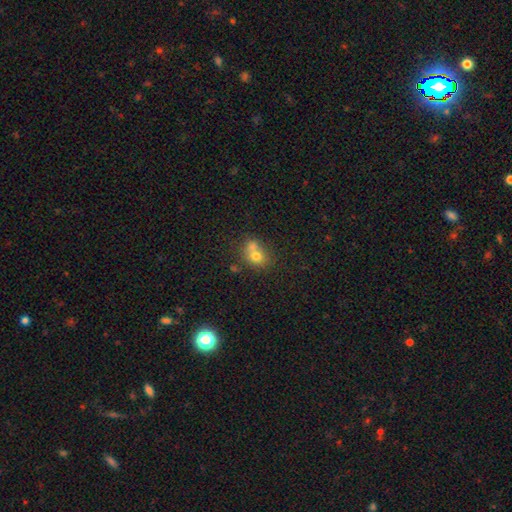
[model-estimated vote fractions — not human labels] This is likely a smooth galaxy (71%). How rounded: likely round (64%). Merging: possibly merger (54%).